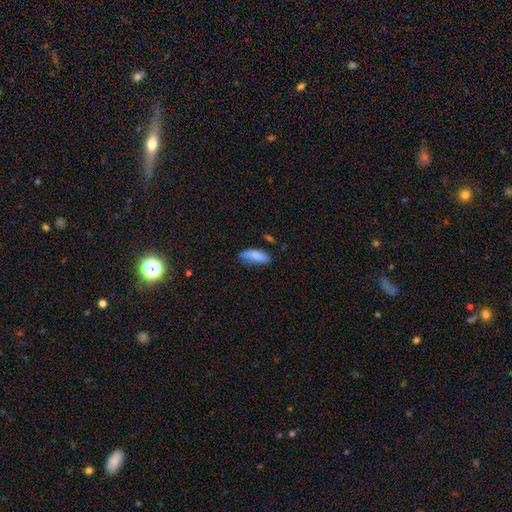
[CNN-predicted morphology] smooth-or-featured: smooth: 84% | featured or disk: 10% | star or artifact: 7%
  how-rounded: in between: 74% | cigar-shaped: 24% | round: 2%
  merging: none: 56% | minor disturbance: 33% | major disturbance: 8% | merger: 4%